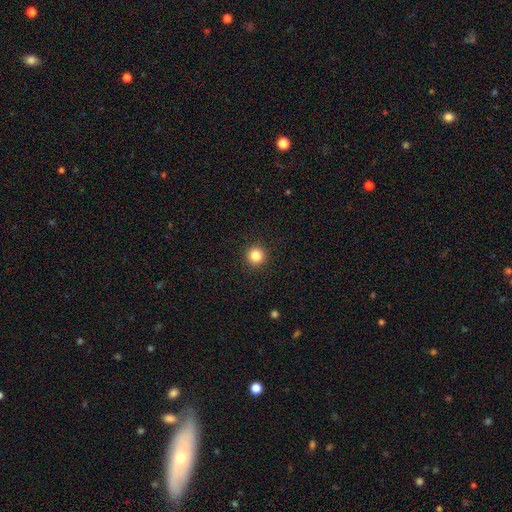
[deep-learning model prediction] A smooth galaxy with no disk features (84%) that is round (96%). Merging: none (93%).